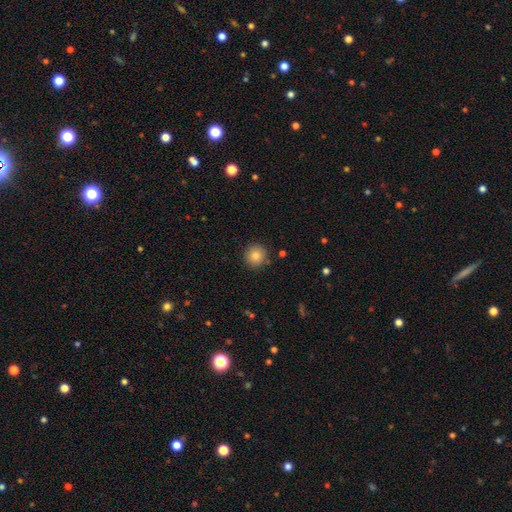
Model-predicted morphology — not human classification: Overall: smooth (84%). How rounded: round (94%). Merging: none (89%).